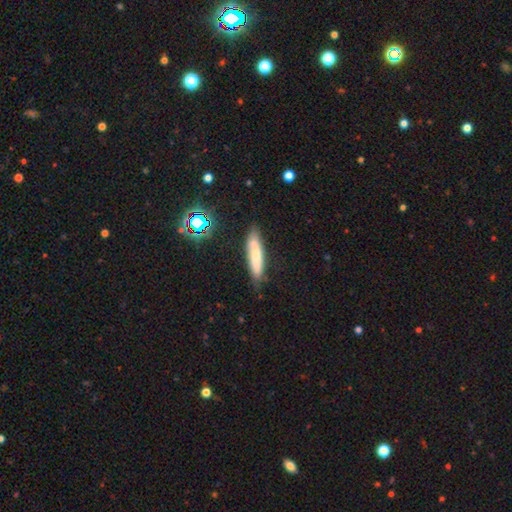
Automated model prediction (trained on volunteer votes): Q: Smooth or featured?
A: smooth (58%); runner-up: featured or disk (32%)
Q: How rounded?
A: cigar-shaped (76%); runner-up: in between (22%)
Q: Merging?
A: none (76%); runner-up: minor disturbance (18%)